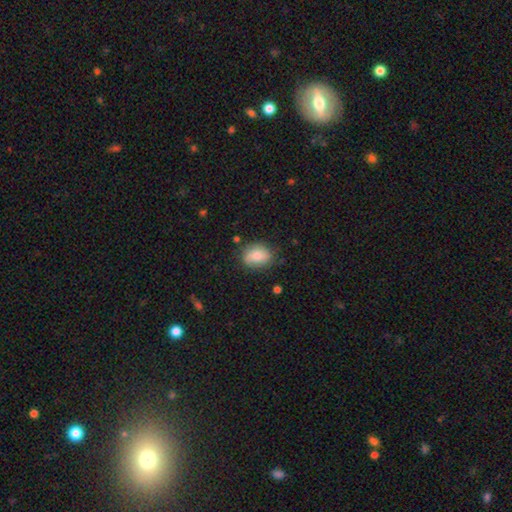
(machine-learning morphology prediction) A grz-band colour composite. It shows a smooth galaxy with no disk features (80%) that is in between round and cigar-shaped (71%). Merging: none (73%).